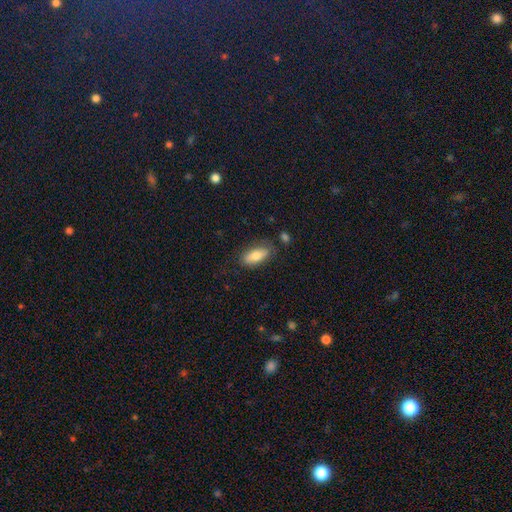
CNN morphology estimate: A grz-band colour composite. It shows a smooth galaxy with no disk features (78%) that is in between round and cigar-shaped (83%). Merging: none (79%).